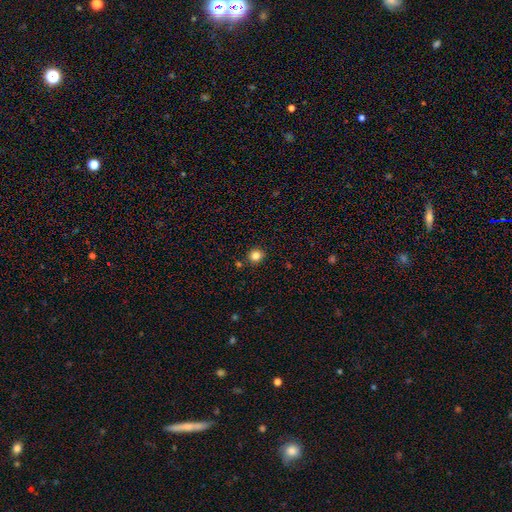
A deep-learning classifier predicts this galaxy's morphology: Smooth or featured? Predicted: smooth (p=0.83). How rounded? Predicted: round (p=0.86). Merging? Predicted: none (p=0.88).